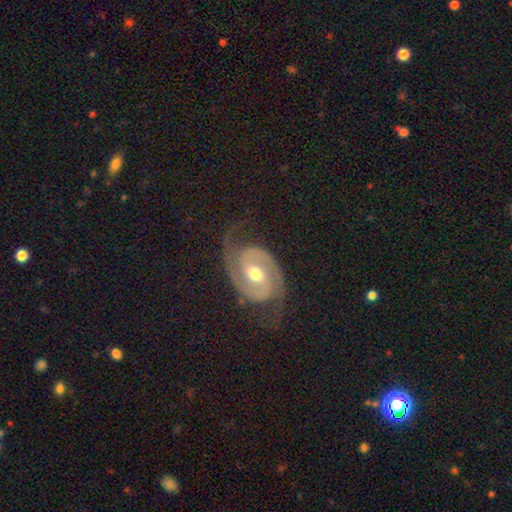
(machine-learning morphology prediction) Q: Smooth or featured?
A: featured or disk (89%); runner-up: star or artifact (6%)
Q: Edge-on disk?
A: no (98%); runner-up: yes (2%)
Q: Bar?
A: no (40%); runner-up: weak (39%)
Q: Spiral arms?
A: yes (98%); runner-up: no (2%)
Q: Spiral winding?
A: medium (45%); runner-up: tight (44%)
Q: Spiral arm count?
A: 2 (93%); runner-up: can't tell (2%)
Q: Bulge size?
A: moderate (76%); runner-up: small (17%)
Q: Merging?
A: none (77%); runner-up: minor disturbance (15%)